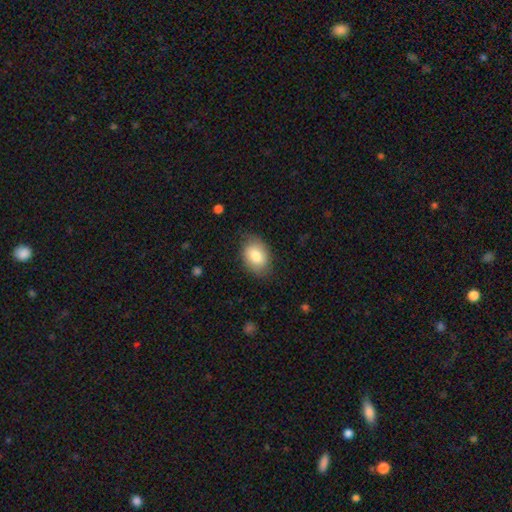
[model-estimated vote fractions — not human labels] A smooth galaxy with no disk features (79%) that is in between round and cigar-shaped (76%).

Vote fractions:
- Smooth or featured? smooth: 79% / featured or disk: 14% / star or artifact: 7%
- How rounded? in between: 76% / round: 22% / cigar-shaped: 1%
- Merging? none: 76% / minor disturbance: 18% / major disturbance: 4% / merger: 1%